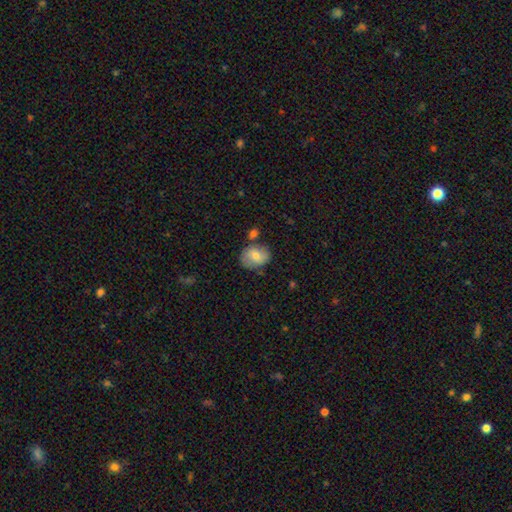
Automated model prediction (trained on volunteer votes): This appears to be a smooth galaxy with no disk features (72%) that is in between round and cigar-shaped (58%). Merging: none (66%).